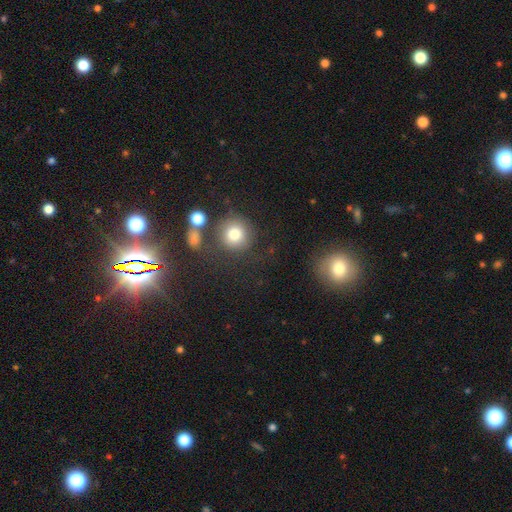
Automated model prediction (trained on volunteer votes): Overall: star or artifact (47%; smooth 41%).